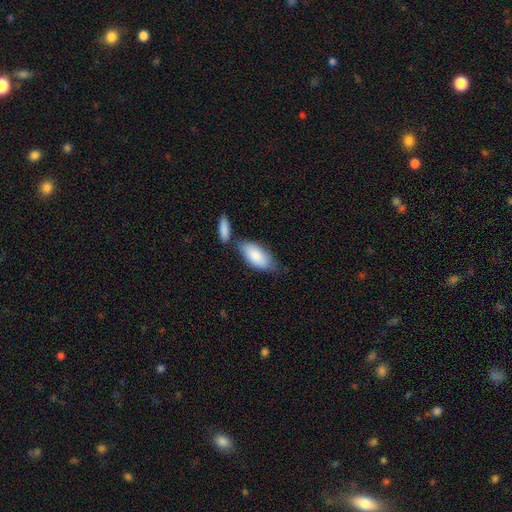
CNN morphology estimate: Q: Smooth or featured?
A: smooth (85%); runner-up: featured or disk (10%)
Q: How rounded?
A: in between (90%); runner-up: cigar-shaped (7%)
Q: Merging?
A: none (53%); runner-up: merger (21%)